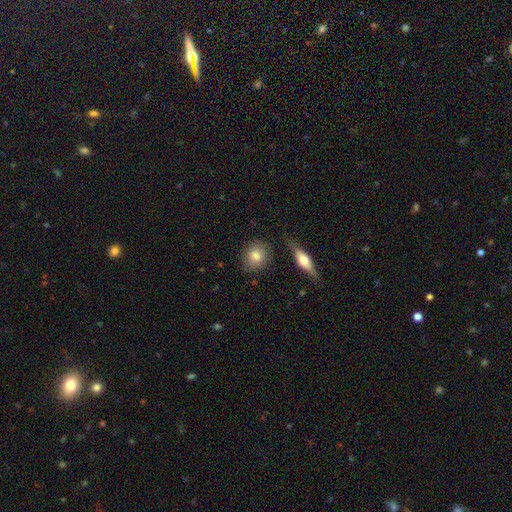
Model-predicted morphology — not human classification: Q: Smooth or featured?
A: smooth (82%); runner-up: featured or disk (11%)
Q: How rounded?
A: round (76%); runner-up: in between (21%)
Q: Merging?
A: none (83%); runner-up: minor disturbance (11%)